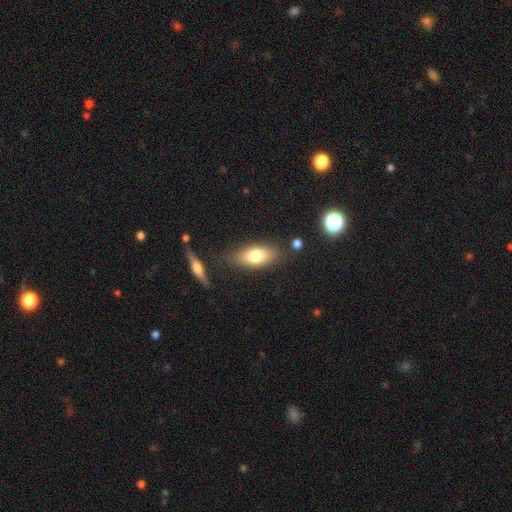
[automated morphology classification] smooth 73%, featured or disk 20%, star or artifact 8%. Down the decision tree: how rounded — in between (84%); merging — none (78%).